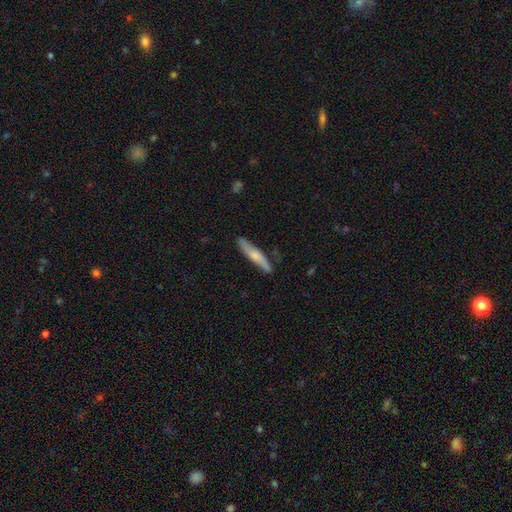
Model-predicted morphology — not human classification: Overall: smooth (54%; featured or disk 41%). How rounded: cigar-shaped (89%). Merging: none (83%).